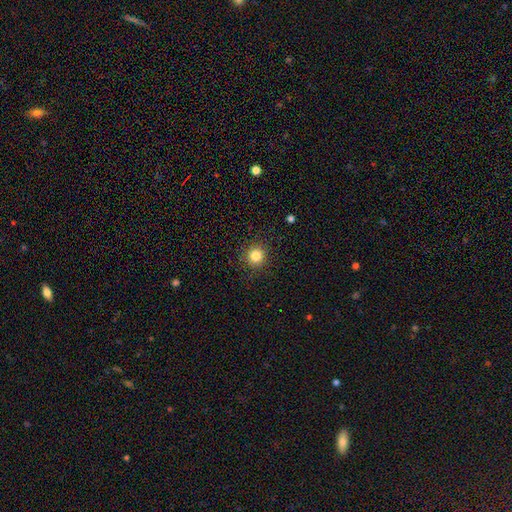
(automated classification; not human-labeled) Morphology: type=smooth (84%); roundness=round (93%); merging=none (90%).